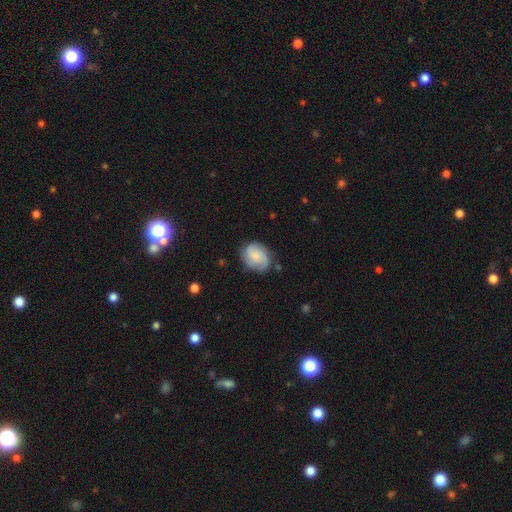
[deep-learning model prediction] Smooth or featured: featured or disk — 46% (tied with smooth — 46%)
Merging: none — 71% (minor disturbance — 21%)